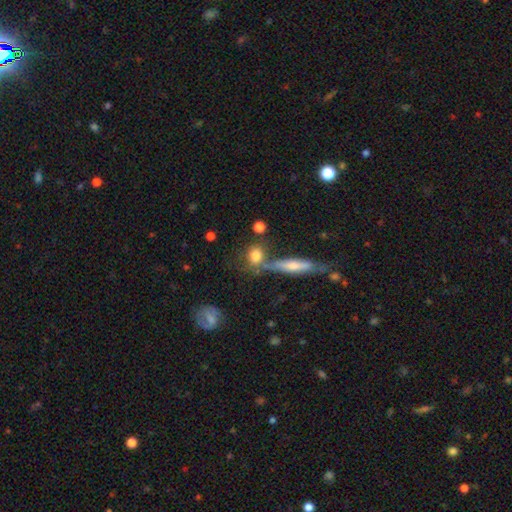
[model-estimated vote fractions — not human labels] Smooth or featured?
  - smooth: 74% *
  - featured or disk: 16%
  - star or artifact: 11%
How rounded?
  - in between: 47% *
  - round: 40%
  - cigar-shaped: 13%
Merging?
  - none: 50% *
  - merger: 29%
  - minor disturbance: 14%
  - major disturbance: 7%